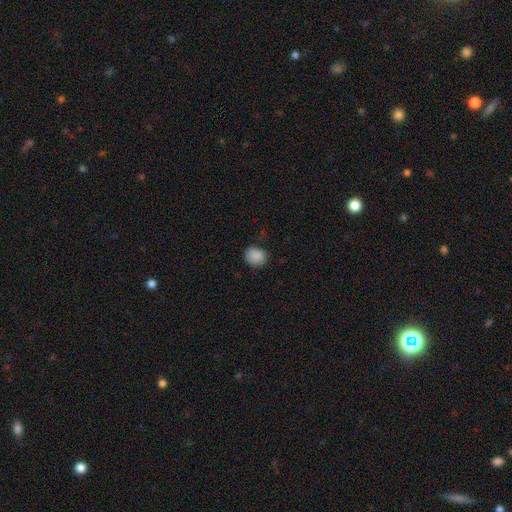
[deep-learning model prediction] Smooth or featured? smooth (88%)
How rounded? round (57%)
Merging? none (78%)